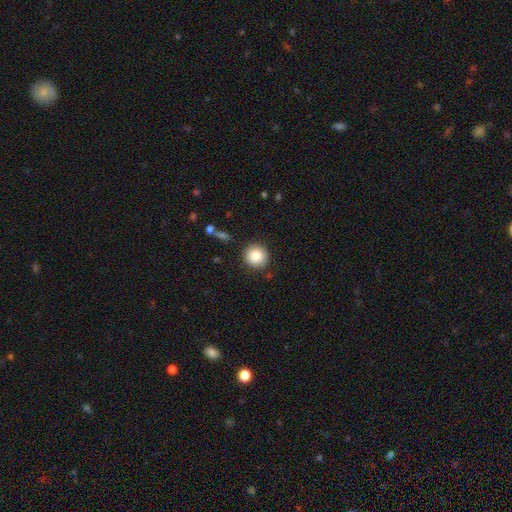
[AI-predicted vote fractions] This is clearly a smooth galaxy (86%). How rounded: clearly round (94%). Merging: clearly none (89%).